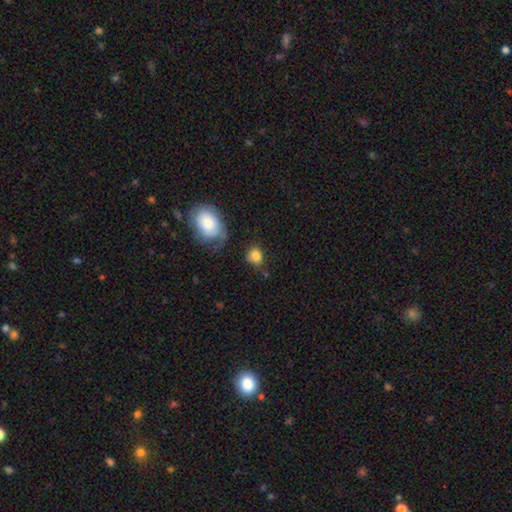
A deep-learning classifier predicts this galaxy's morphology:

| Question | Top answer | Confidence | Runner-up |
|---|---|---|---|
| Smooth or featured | smooth | 83% | star or artifact (9%) |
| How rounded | round | 60% | in between (38%) |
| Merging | none | 62% | minor disturbance (22%) |